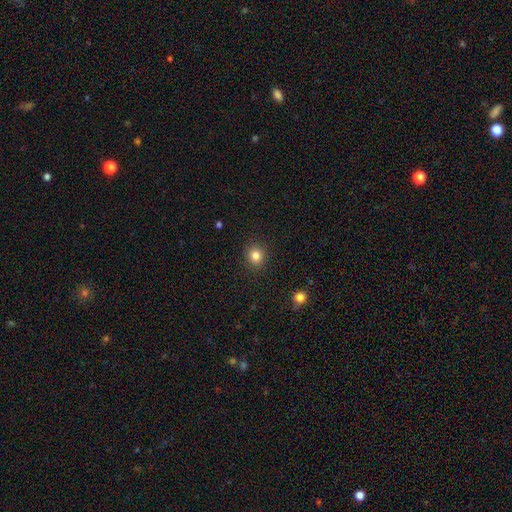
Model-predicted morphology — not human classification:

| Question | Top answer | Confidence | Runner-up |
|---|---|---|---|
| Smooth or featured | smooth | 83% | star or artifact (12%) |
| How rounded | round | 86% | in between (13%) |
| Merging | none | 91% | minor disturbance (6%) |